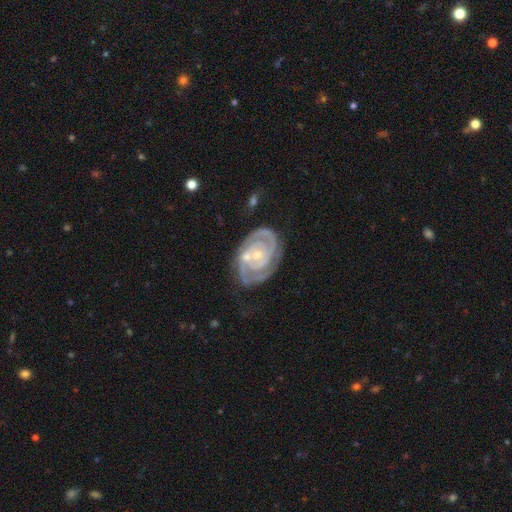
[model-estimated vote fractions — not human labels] Smooth or featured?
  - featured or disk: 90% *
  - smooth: 6%
  - star or artifact: 4%
Edge-on disk?
  - no: 97% *
  - yes: 3%
Bar?
  - no: 71% *
  - weak: 21%
  - strong: 8%
Spiral arms?
  - yes: 96% *
  - no: 4%
Spiral winding?
  - tight: 75% *
  - medium: 21%
  - loose: 4%
Spiral arm count?
  - 2: 65% *
  - 3: 13%
  - can't tell: 12%
  - 1: 4%
  - 4: 3%
  - more than 4: 3%
Bulge size?
  - small: 67% *
  - moderate: 29%
  - large: 1%
  - none: 1%
  - dominant: 1%
Merging?
  - none: 63% *
  - minor disturbance: 19%
  - merger: 10%
  - major disturbance: 9%